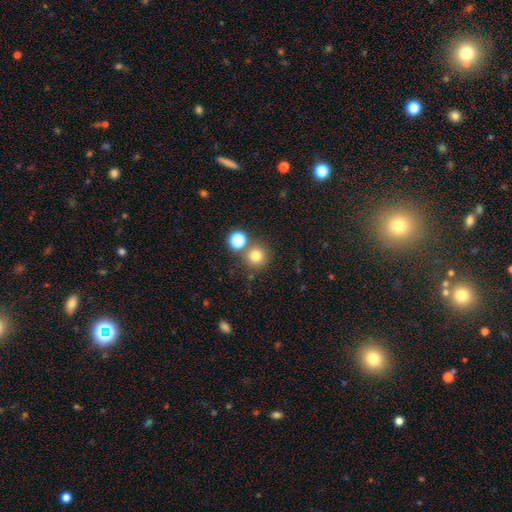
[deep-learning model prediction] Smooth or featured? smooth (77%)
How rounded? round (94%)
Merging? none (75%)